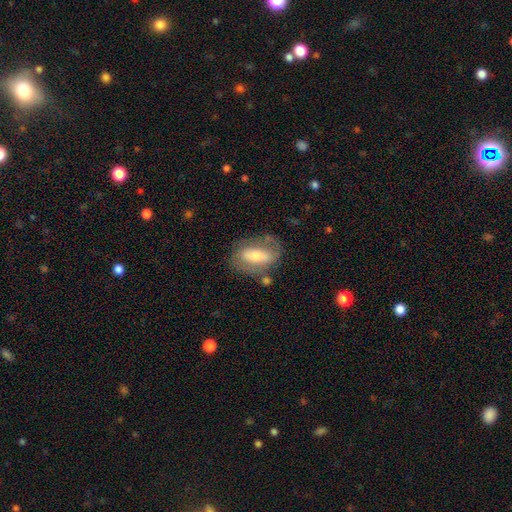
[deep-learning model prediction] Smooth or featured? Predicted: featured or disk (p=0.57). Edge-on disk? Predicted: no (p=0.89). Bar? Predicted: strong (p=0.44). Spiral arms? Predicted: yes (p=0.54). Bulge size? Predicted: moderate (p=0.53). Merging? Predicted: none (p=0.65).